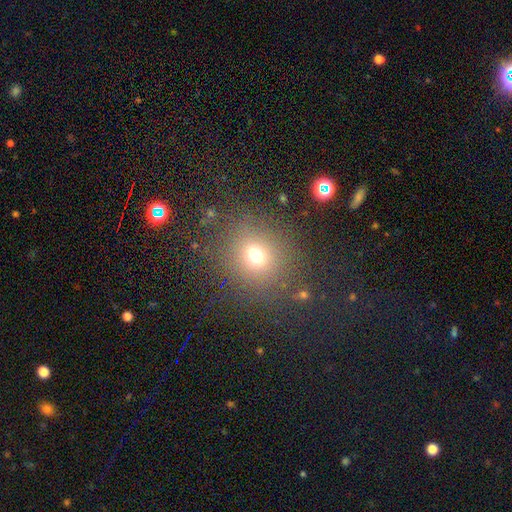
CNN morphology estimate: Smooth or featured?
  - smooth: 67% *
  - star or artifact: 22%
  - featured or disk: 11%
How rounded?
  - round: 79% *
  - in between: 20%
  - cigar-shaped: 1%
Merging?
  - none: 78% *
  - minor disturbance: 11%
  - major disturbance: 7%
  - merger: 4%